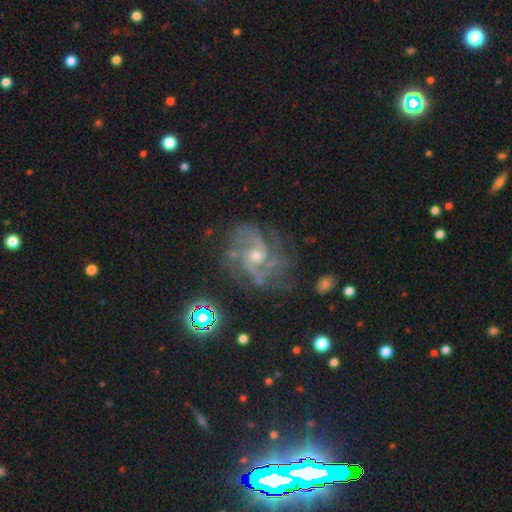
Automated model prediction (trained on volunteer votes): A featured or disk galaxy (86%) with no bar (60%), 2 (38%) medium (50%) spiral arms (96%) and a moderate central bulge (56%). Merging: none (64%).